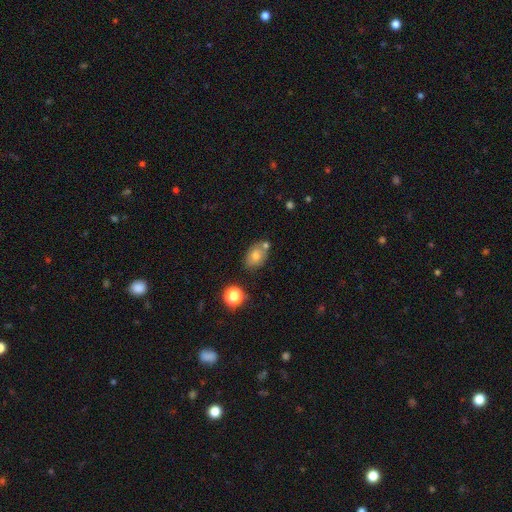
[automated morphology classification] Smooth or featured: smooth — 72% (featured or disk — 17%)
How rounded: in between — 79% (round — 20%)
Merging: none — 60% (merger — 18%)